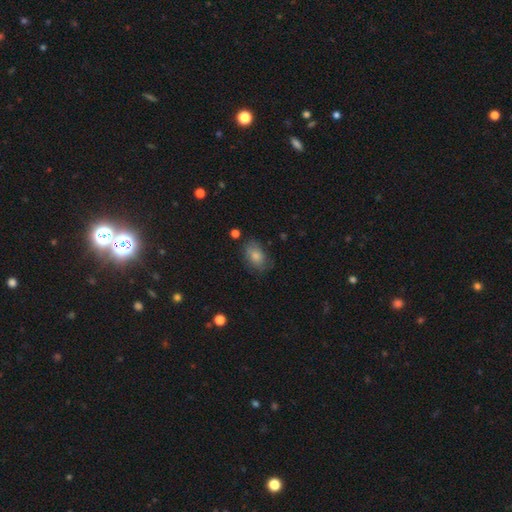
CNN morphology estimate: A smooth galaxy with no disk features (79%) that is in between round and cigar-shaped (83%). Merging: none (71%).